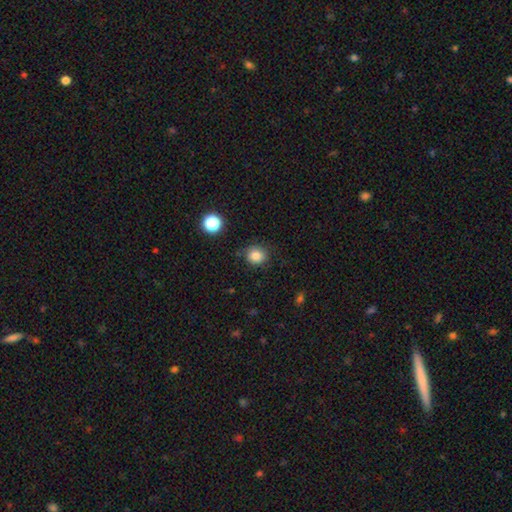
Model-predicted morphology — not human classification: smooth-or-featured: smooth: 83% | star or artifact: 12% | featured or disk: 5%
  how-rounded: round: 80% | in between: 19% | cigar-shaped: 1%
  merging: none: 81% | minor disturbance: 13% | major disturbance: 4% | merger: 2%